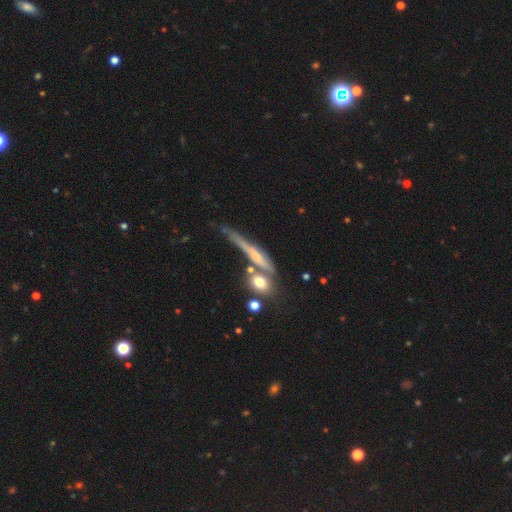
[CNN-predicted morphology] This appears to be a featured or disk galaxy (53%) viewed edge-on (85%). Merging: none (51%).